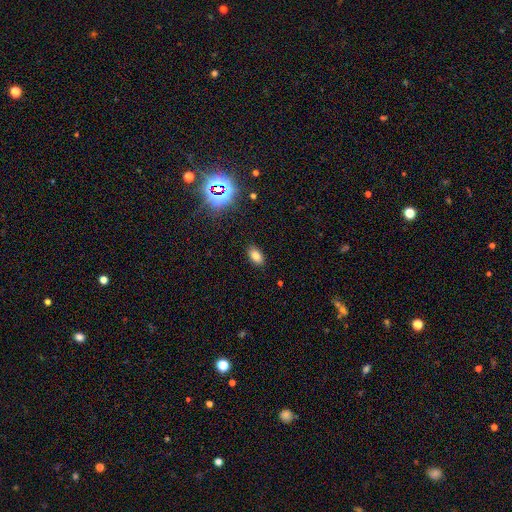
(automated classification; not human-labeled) Smooth or featured: smooth — 79% (star or artifact — 13%)
How rounded: in between — 91% (round — 7%)
Merging: none — 88% (minor disturbance — 8%)